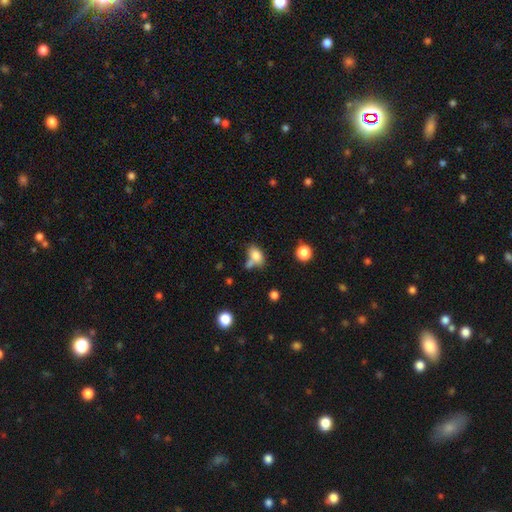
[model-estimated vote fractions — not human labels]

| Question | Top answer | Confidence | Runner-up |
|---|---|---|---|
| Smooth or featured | smooth | 80% | star or artifact (10%) |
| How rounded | in between | 83% | round (14%) |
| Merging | none | 44% | merger (31%) |